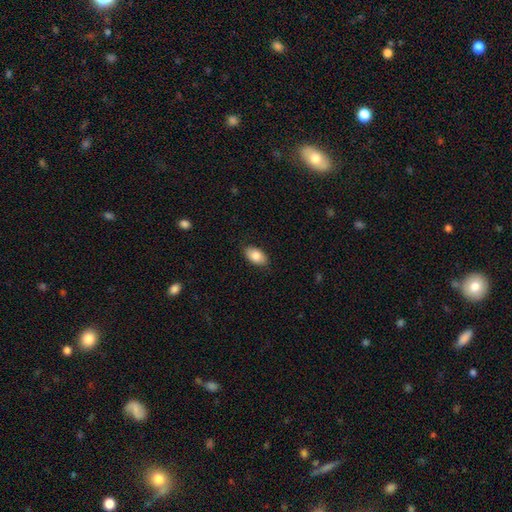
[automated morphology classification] Smooth or featured? Predicted: smooth (p=0.84). How rounded? Predicted: in between (p=0.93). Merging? Predicted: none (p=0.86).